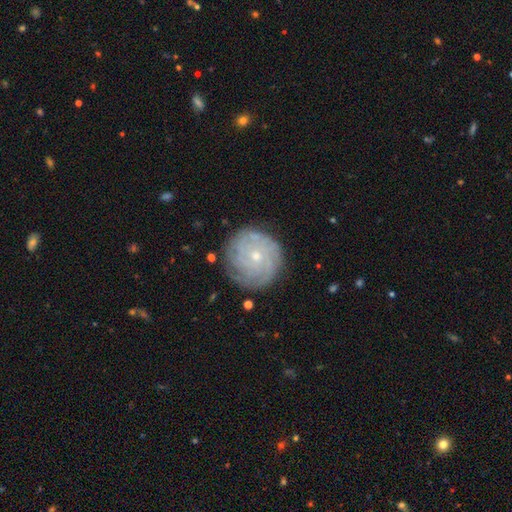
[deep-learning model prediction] The model was most divided on "spiral arm count": can't tell: 43%, 4: 16%, more than 4: 14%, 3: 12%, 2: 9%, 1: 7%. More confident: edge-on disk — no (98%); spiral arms — yes (92%); merging — none (82%); bar — no (80%); spiral winding — tight (80%); smooth or featured — featured or disk (73%); bulge size — small (70%).